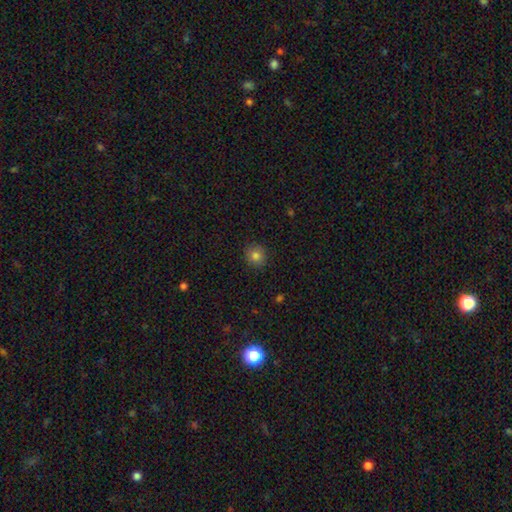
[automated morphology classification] This appears to be a smooth galaxy with no disk features (81%) that is round (88%). Merging: none (90%).